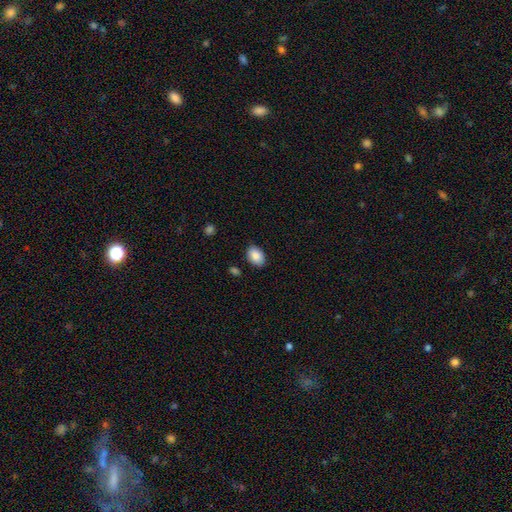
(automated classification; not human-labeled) Overall: smooth (88%). How rounded: in between (84%). Merging: none (85%).